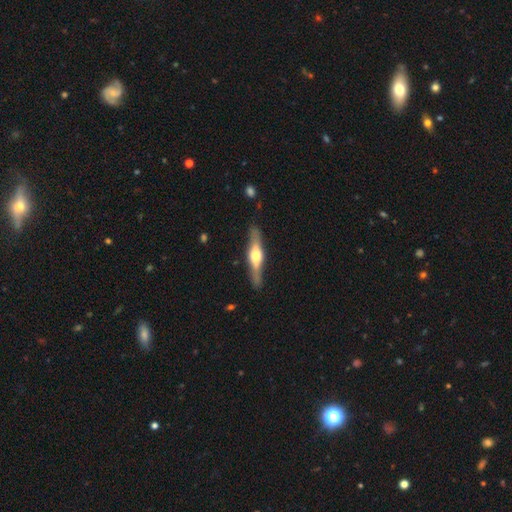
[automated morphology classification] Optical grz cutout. It shows a featured or disk galaxy (69%) viewed edge-on (96%) with a rounded central bulge (88%). Merging: none (86%).